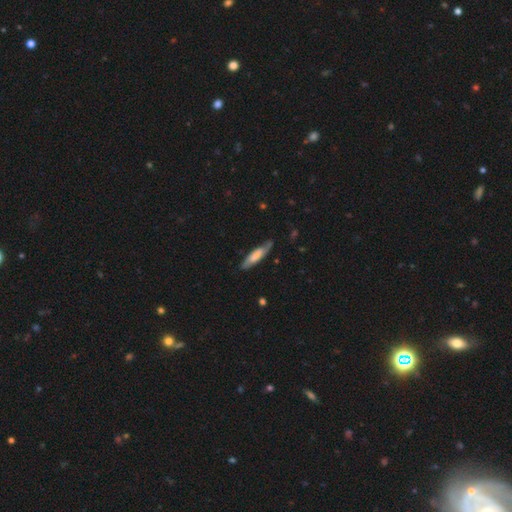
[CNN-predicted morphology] Smooth or featured: smooth — 55% (featured or disk — 40%)
How rounded: cigar-shaped — 75% (in between — 24%)
Merging: none — 76% (minor disturbance — 19%)